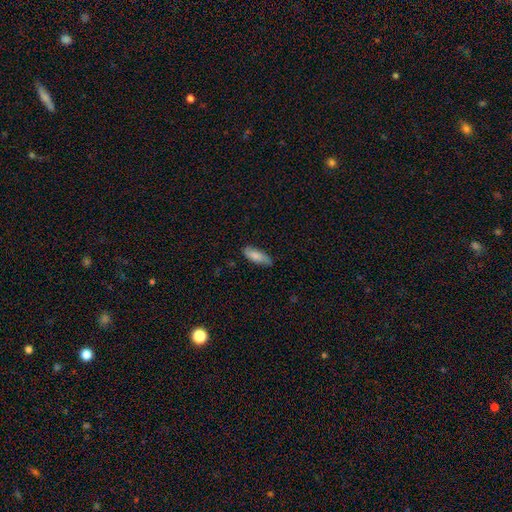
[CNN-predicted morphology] Overall: smooth (81%). How rounded: in between (66%; cigar-shaped 32%). Merging: none (75%).